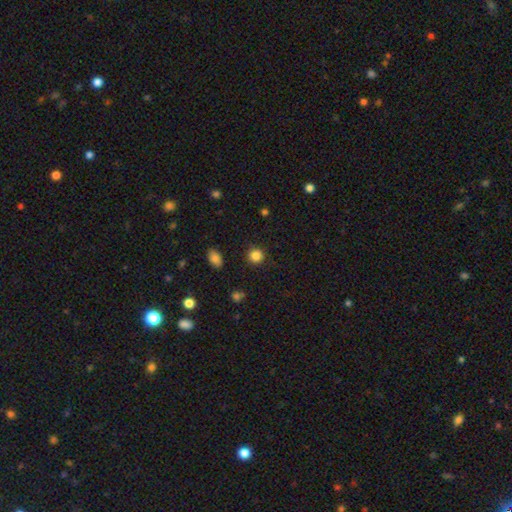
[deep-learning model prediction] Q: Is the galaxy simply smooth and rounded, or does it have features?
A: smooth — 85%.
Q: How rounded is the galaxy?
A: round — 92%.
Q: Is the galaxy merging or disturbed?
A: none — 90%.